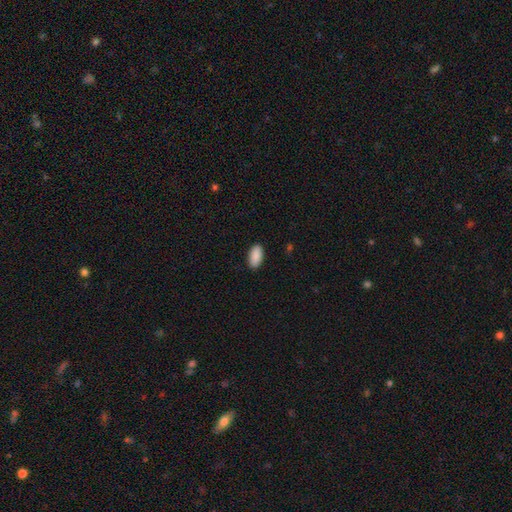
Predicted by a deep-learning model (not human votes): A smooth galaxy with no disk features (91%) that is in between round and cigar-shaped (94%).

Vote fractions:
- Smooth or featured? smooth: 91% / star or artifact: 6% / featured or disk: 3%
- How rounded? in between: 94% / cigar-shaped: 4% / round: 2%
- Merging? none: 90% / minor disturbance: 7% / major disturbance: 2% / merger: 1%